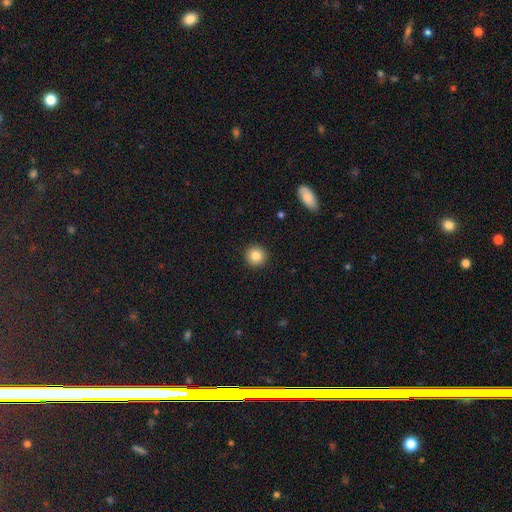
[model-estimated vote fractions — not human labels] smooth 85%, star or artifact 10%, featured or disk 5%. Down the decision tree: how rounded — round (95%); merging — none (92%).